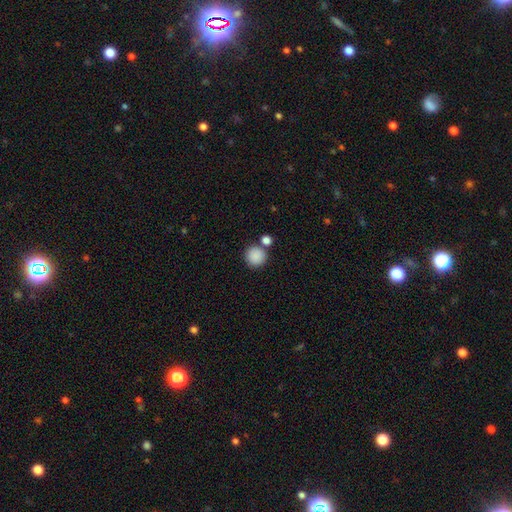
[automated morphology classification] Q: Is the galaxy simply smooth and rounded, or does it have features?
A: smooth — 88%.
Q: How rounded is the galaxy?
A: round — 94%.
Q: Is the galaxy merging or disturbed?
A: none — 75%.